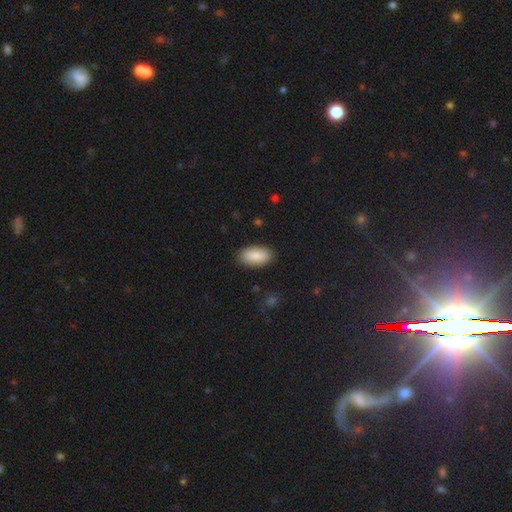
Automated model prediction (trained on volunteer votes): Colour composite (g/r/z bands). It shows a smooth galaxy with no disk features (85%) that is in between round and cigar-shaped (95%). Merging: none (88%).